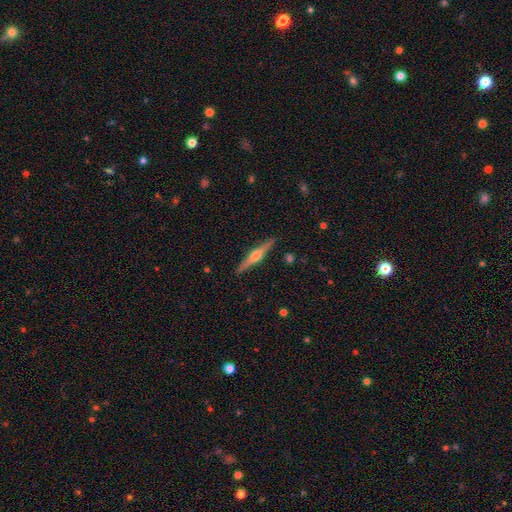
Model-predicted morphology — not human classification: Smooth or featured: featured or disk — 80% (smooth — 15%)
Edge-on disk: yes — 98% (no — 2%)
Edge-on bulge: rounded — 92% (boxy — 6%)
Merging: none — 92% (minor disturbance — 6%)